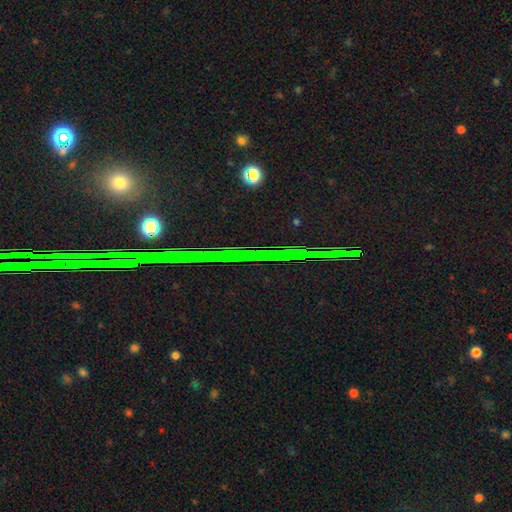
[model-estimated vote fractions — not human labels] Morphology: type=star or artifact (80%).